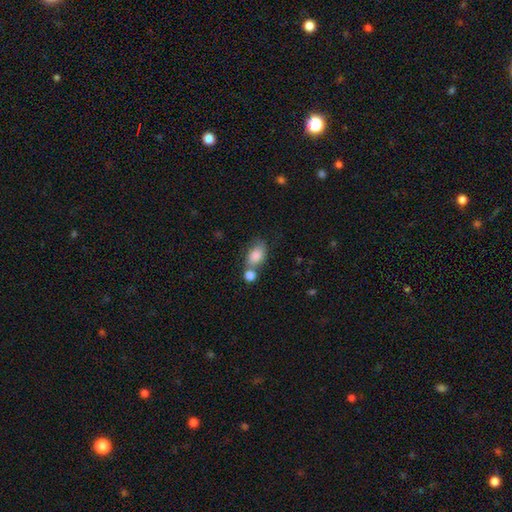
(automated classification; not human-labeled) This appears to be a smooth galaxy with no disk features (83%) that is in between round and cigar-shaped (82%). Merging: merger (41%).